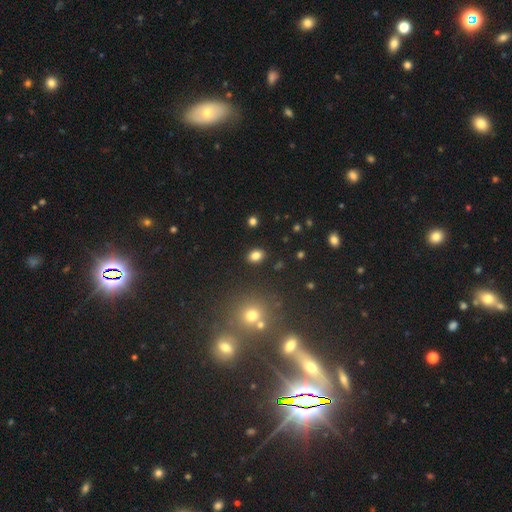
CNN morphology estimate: smooth_or_featured: smooth (p=0.82) [alt: star or artifact p=0.12]
how_rounded: in between (p=0.70) [alt: round p=0.29]
merging: none (p=0.88) [alt: minor disturbance p=0.08]